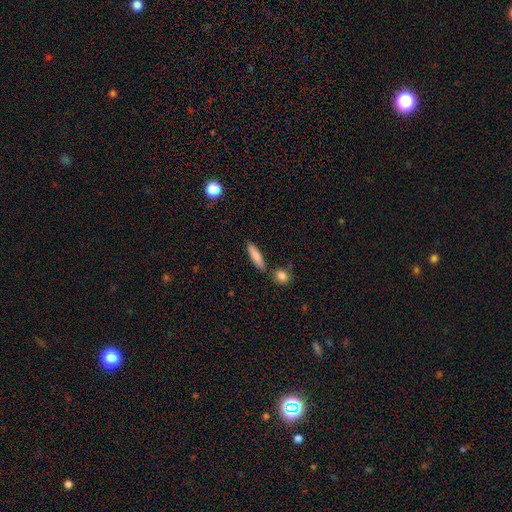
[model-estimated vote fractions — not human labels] This appears to be a smooth galaxy with no disk features (81%) that is cigar-shaped (74%). Merging: none (80%).